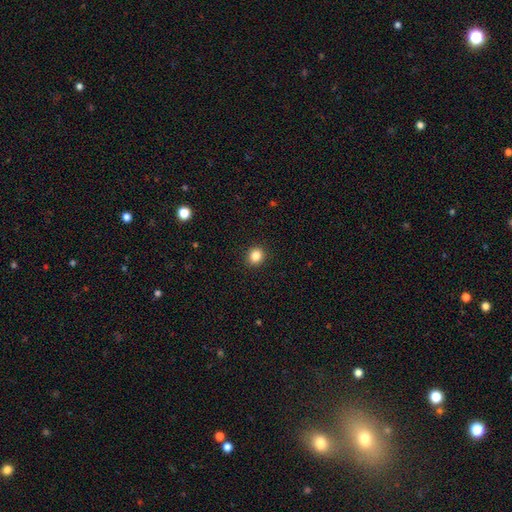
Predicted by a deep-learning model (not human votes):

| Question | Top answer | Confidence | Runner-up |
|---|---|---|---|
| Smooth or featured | smooth | 85% | star or artifact (11%) |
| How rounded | round | 79% | in between (20%) |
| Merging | none | 92% | minor disturbance (5%) |